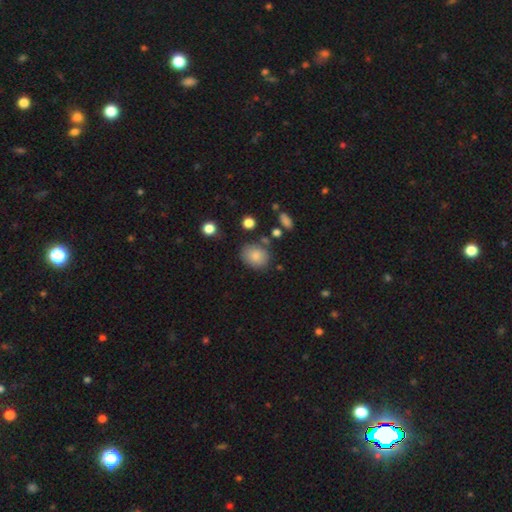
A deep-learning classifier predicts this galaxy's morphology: Q: Smooth or featured?
A: smooth (82%); runner-up: star or artifact (9%)
Q: How rounded?
A: round (55%); runner-up: in between (44%)
Q: Merging?
A: none (74%); runner-up: minor disturbance (15%)